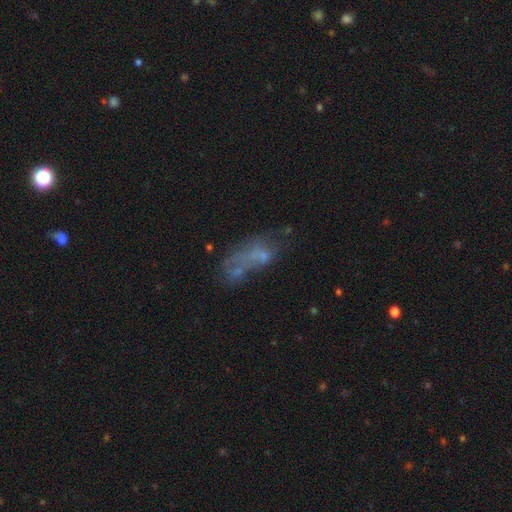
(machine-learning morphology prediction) Smooth or featured? featured or disk (42%)
Merging? none (30%)